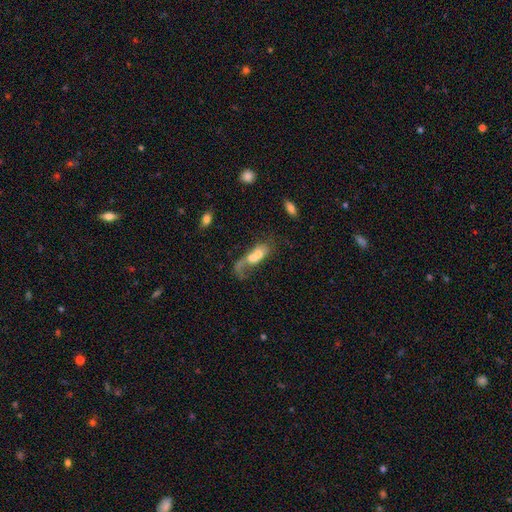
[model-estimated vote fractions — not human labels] smooth_or_featured: smooth (p=0.49) [alt: featured or disk p=0.41]
merging: merger (p=0.66) [alt: major disturbance p=0.16]